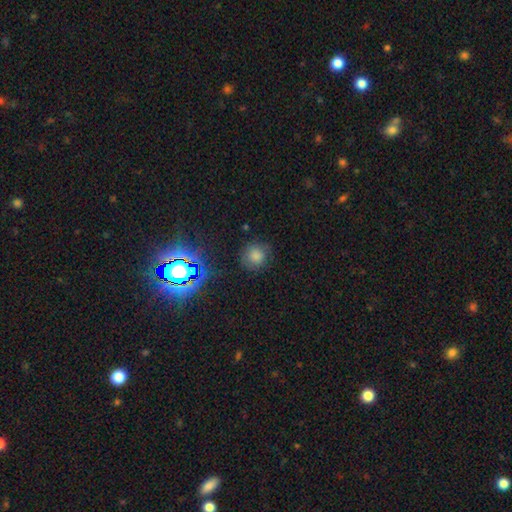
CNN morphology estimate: A smooth galaxy with no disk features (76%) that is round (90%).

Vote fractions:
- Smooth or featured? smooth: 76% / star or artifact: 18% / featured or disk: 6%
- How rounded? round: 90% / in between: 9% / cigar-shaped: 1%
- Merging? none: 81% / minor disturbance: 13% / major disturbance: 4% / merger: 2%